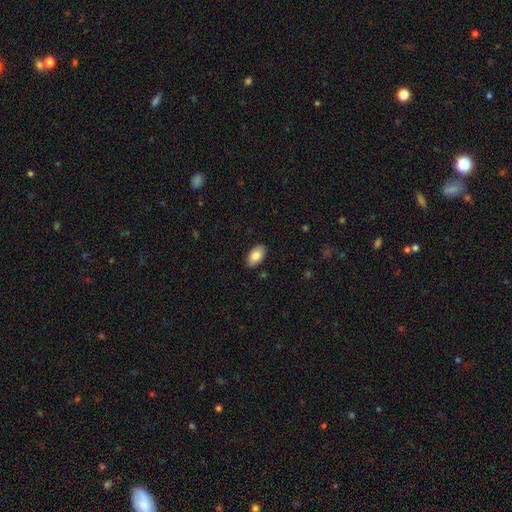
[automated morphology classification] The model was most divided on "smooth or featured": smooth: 83%, featured or disk: 10%, star or artifact: 7%. More confident: how rounded — in between (94%); merging — none (88%).